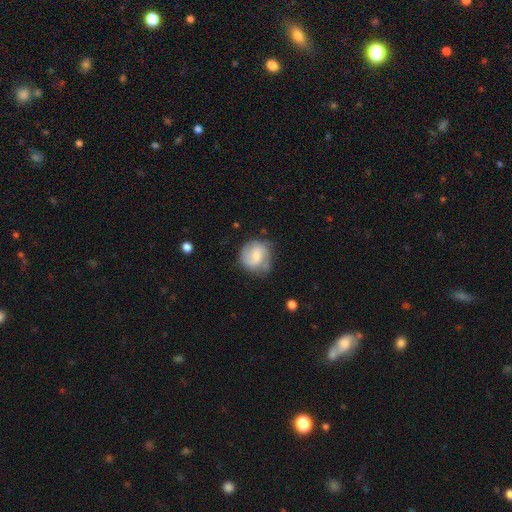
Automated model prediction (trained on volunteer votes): smooth-or-featured: featured or disk: 53% | smooth: 40% | star or artifact: 7%
  disk-edge-on: no: 98% | yes: 2%
    bar: weak: 53% | no: 34% | strong: 13%
    has-spiral-arms: yes: 86% | no: 14%
    bulge-size: small: 44% | moderate: 36% | none: 14% | large: 5% | dominant: 1%
  merging: none: 65% | minor disturbance: 24% | major disturbance: 9% | merger: 2%